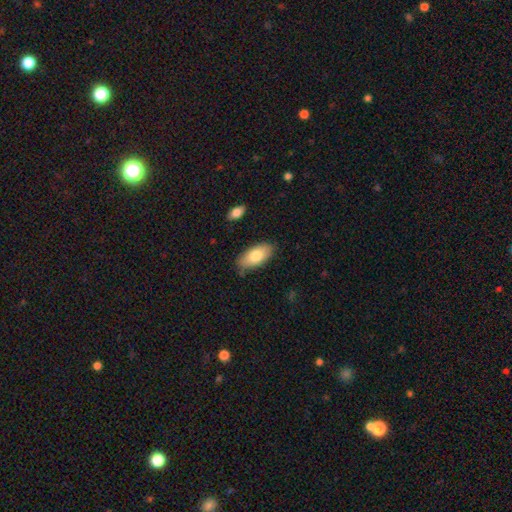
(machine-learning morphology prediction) Smooth or featured: smooth — 81% (featured or disk — 13%)
How rounded: in between — 92% (cigar-shaped — 6%)
Merging: none — 81% (minor disturbance — 14%)